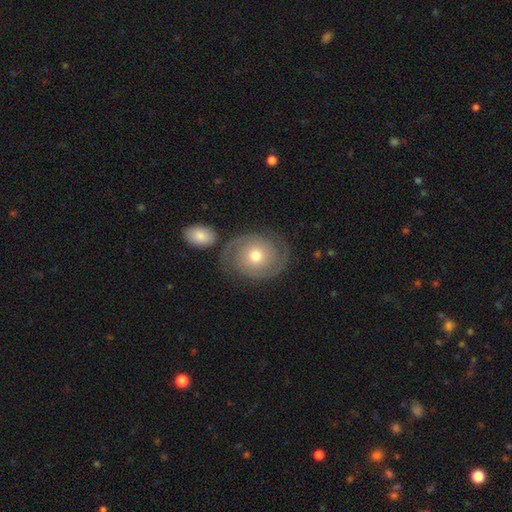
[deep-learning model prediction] This is likely a featured or disk galaxy (78%). It is clearly not viewed edge-on (98%). Bar: likely no (80%). Spiral arm pattern: clearly yes (94%). Spiral arm count: clearly 2 (89%). Spiral winding: possibly tight (55%). Central bulge: likely moderate (69%). Merging: likely none (76%).